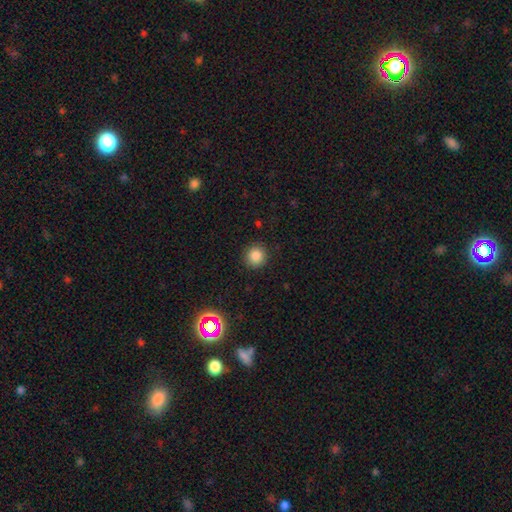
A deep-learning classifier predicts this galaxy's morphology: Smooth or featured? Predicted: smooth (p=0.84). How rounded? Predicted: round (p=0.93). Merging? Predicted: none (p=0.90).